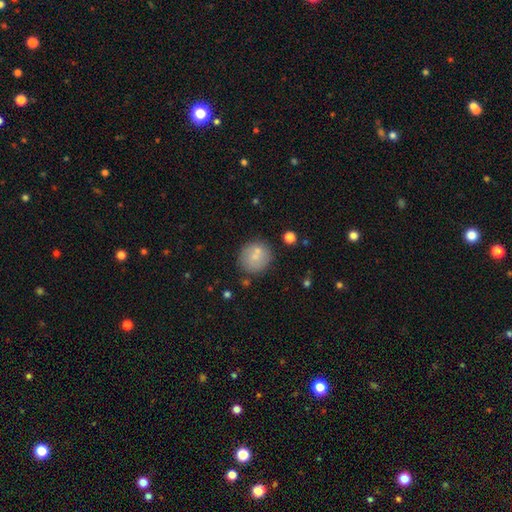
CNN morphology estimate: Smooth or featured? smooth (72%)
How rounded? round (88%)
Merging? none (68%)